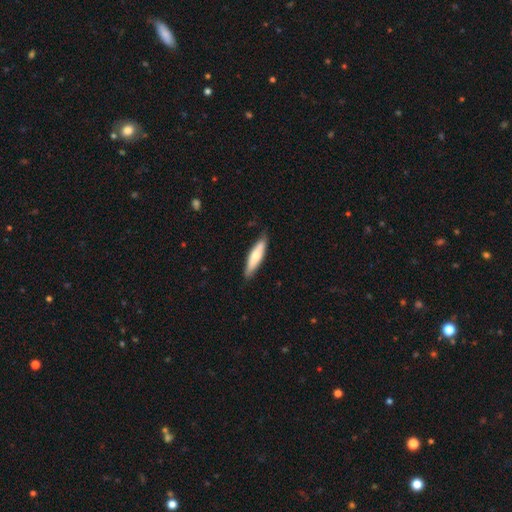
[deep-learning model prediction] smooth_or_featured: smooth (p=0.62) [alt: featured or disk p=0.33]
how_rounded: cigar-shaped (p=0.69) [alt: in between p=0.29]
merging: none (p=0.80) [alt: minor disturbance p=0.16]